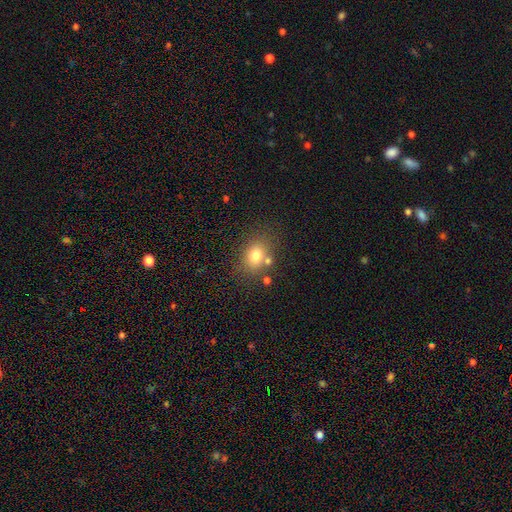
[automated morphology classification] smooth_or_featured: smooth (p=0.76) [alt: star or artifact p=0.13]
how_rounded: in between (p=0.54) [alt: round p=0.45]
merging: none (p=0.68) [alt: merger p=0.13]